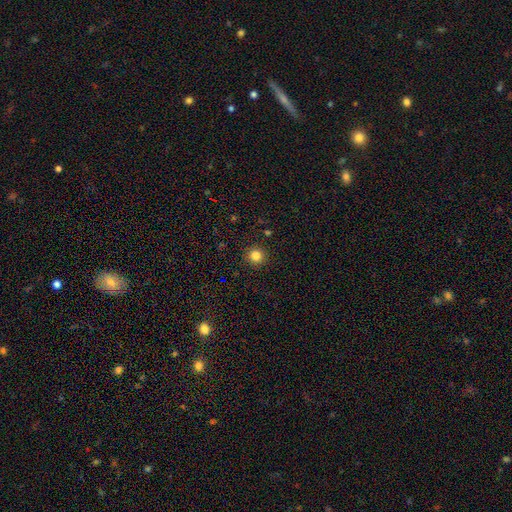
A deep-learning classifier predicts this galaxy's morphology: Overall: smooth (83%). How rounded: round (94%). Merging: none (92%).